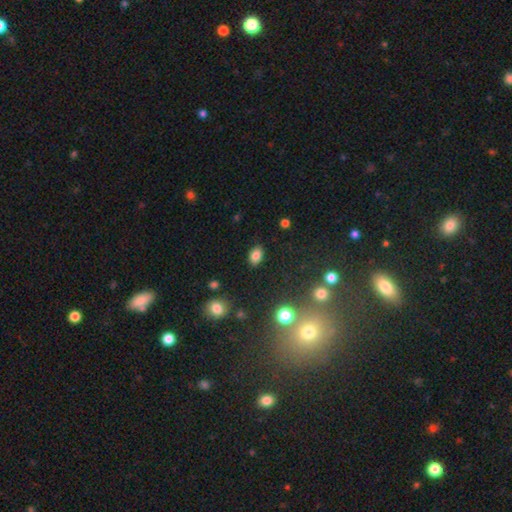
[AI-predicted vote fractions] smooth_or_featured: smooth (p=0.81) [alt: star or artifact p=0.12]
how_rounded: in between (p=0.83) [alt: round p=0.16]
merging: none (p=0.86) [alt: minor disturbance p=0.10]